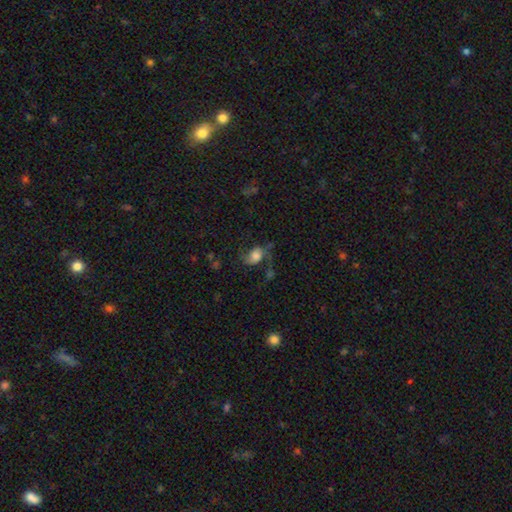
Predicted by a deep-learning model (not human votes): A featured or disk galaxy (50%). Merging: none (41%).